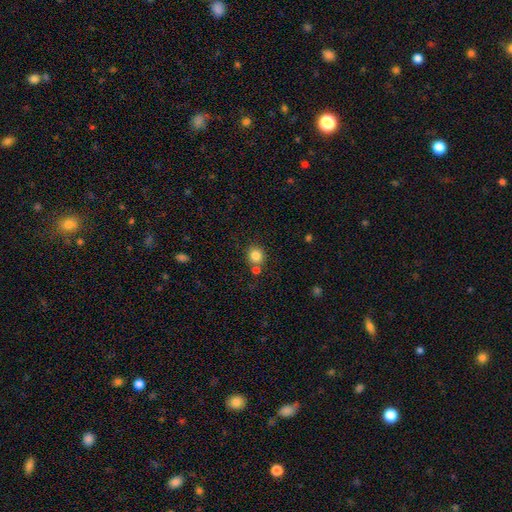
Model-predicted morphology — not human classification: smooth-or-featured: smooth: 83% | star or artifact: 11% | featured or disk: 6%
  how-rounded: round: 88% | in between: 11% | cigar-shaped: 1%
  merging: none: 70% | merger: 18% | minor disturbance: 9% | major disturbance: 3%